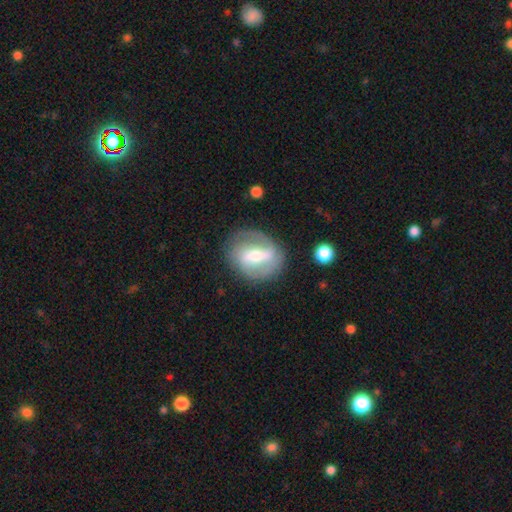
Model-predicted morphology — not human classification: smooth-or-featured: featured or disk: 70% | smooth: 23% | star or artifact: 7%
  disk-edge-on: no: 92% | yes: 8%
    bar: strong: 59% | weak: 31% | no: 10%
    has-spiral-arms: yes: 71% | no: 29%
    bulge-size: moderate: 56% | small: 35% | large: 7% | none: 2% | dominant: 1%
  merging: none: 76% | minor disturbance: 15% | major disturbance: 7% | merger: 2%